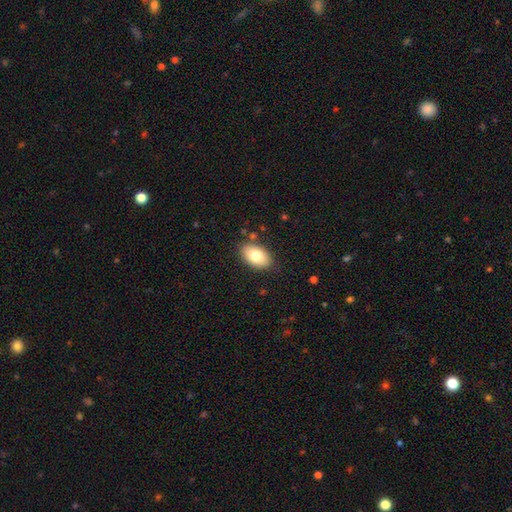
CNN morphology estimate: Overall: smooth (77%). How rounded: in between (91%). Merging: none (83%).